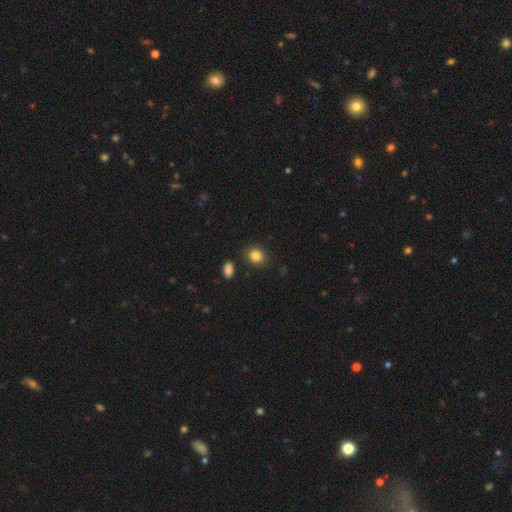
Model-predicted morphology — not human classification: smooth 86%, star or artifact 10%, featured or disk 5%. Down the decision tree: how rounded — round (68%); merging — none (85%).